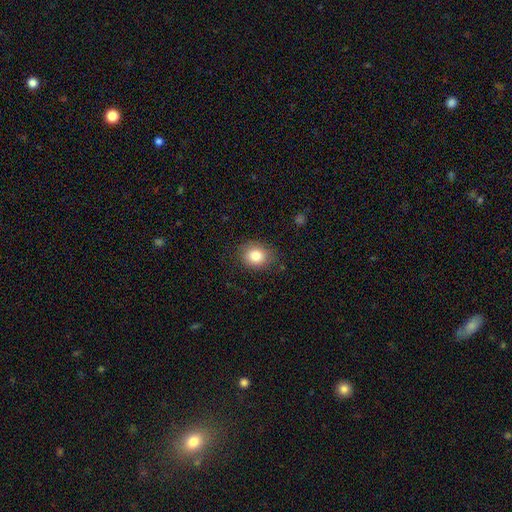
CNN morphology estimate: The model was most divided on "how rounded": round: 66%, in between: 33%, cigar-shaped: 1%. More confident: smooth or featured — smooth (84%); merging — none (82%).